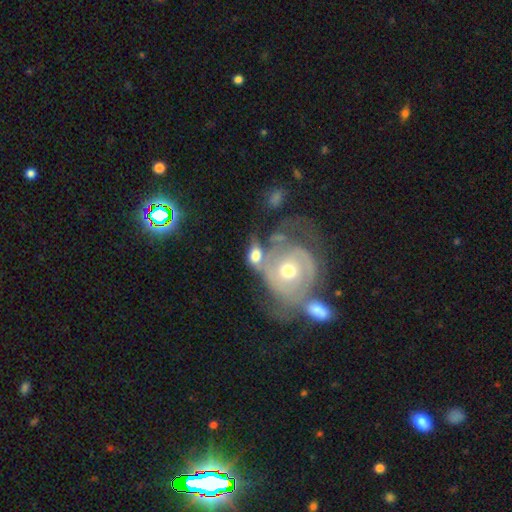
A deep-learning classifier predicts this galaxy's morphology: The model was most divided on "smooth or featured": featured or disk: 54%, smooth: 38%, star or artifact: 8%. More confident: edge-on disk — no (92%); merging — merger (53%).